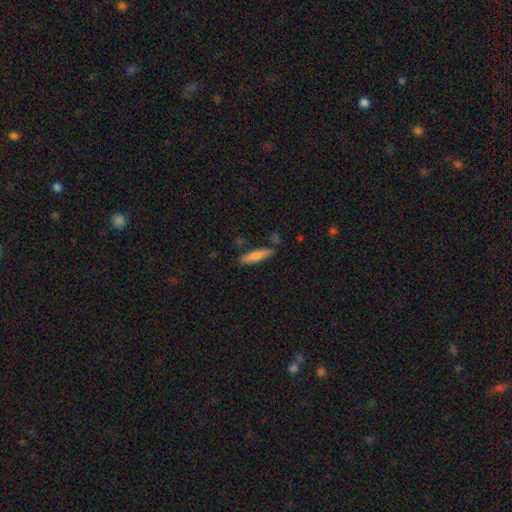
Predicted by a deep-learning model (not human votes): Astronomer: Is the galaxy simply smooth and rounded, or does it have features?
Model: smooth — 74%.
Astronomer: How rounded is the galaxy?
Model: cigar-shaped — 82%.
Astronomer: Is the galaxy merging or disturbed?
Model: none — 79%.